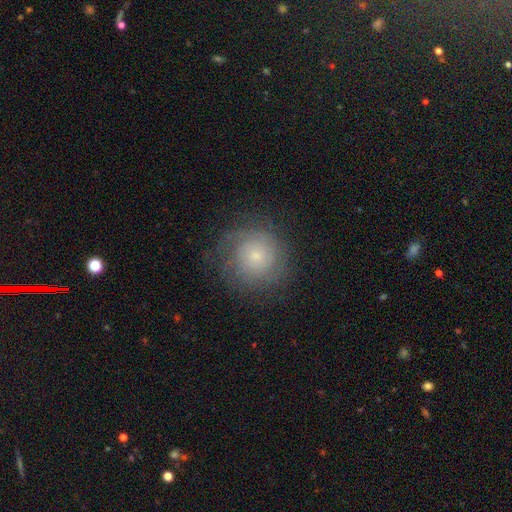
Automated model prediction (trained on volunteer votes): Overall: smooth (48%; featured or disk 40%). Merging: none (77%).